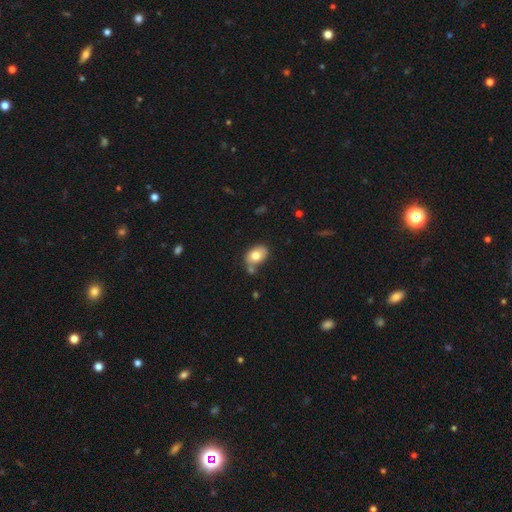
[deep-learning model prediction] Smooth or featured? Predicted: smooth (p=0.76). How rounded? Predicted: in between (p=0.81). Merging? Predicted: none (p=0.57).